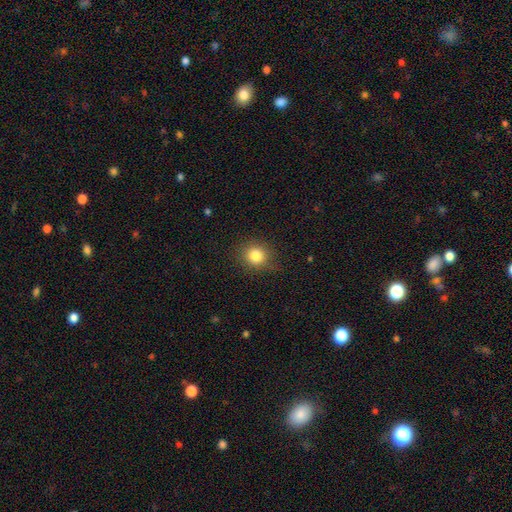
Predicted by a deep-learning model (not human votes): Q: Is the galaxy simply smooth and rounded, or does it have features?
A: smooth — 83%.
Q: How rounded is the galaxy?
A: round — 83%.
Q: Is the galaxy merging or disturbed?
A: none — 84%.